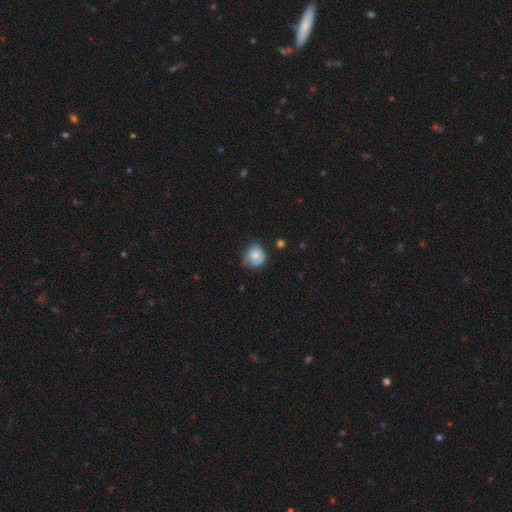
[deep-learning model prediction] A smooth galaxy with no disk features (73%) that is round (75%).

Vote fractions:
- Smooth or featured? smooth: 73% / featured or disk: 19% / star or artifact: 8%
- How rounded? round: 75% / in between: 24% / cigar-shaped: 1%
- Merging? none: 48% / minor disturbance: 38% / major disturbance: 12% / merger: 2%